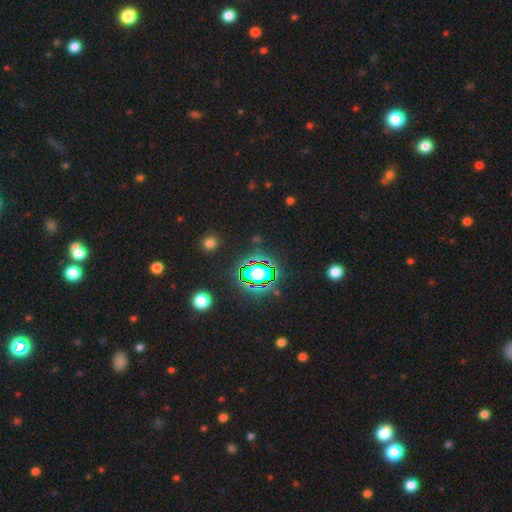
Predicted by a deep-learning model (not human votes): A star or artifact, not a galaxy (80%).